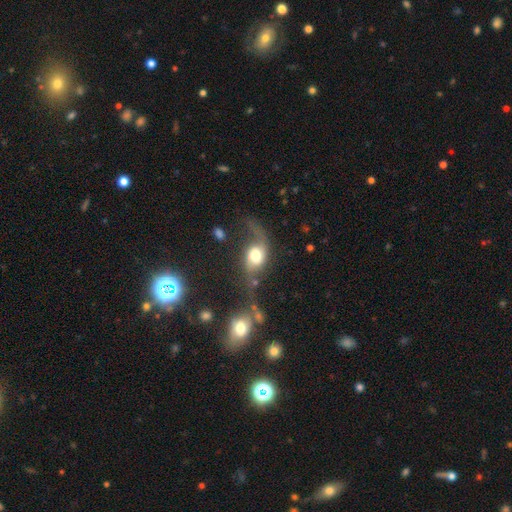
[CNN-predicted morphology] smooth-or-featured: featured or disk: 52% | smooth: 38% | star or artifact: 9%
  disk-edge-on: no: 93% | yes: 7%
  merging: none: 34% | major disturbance: 33% | minor disturbance: 20% | merger: 13%